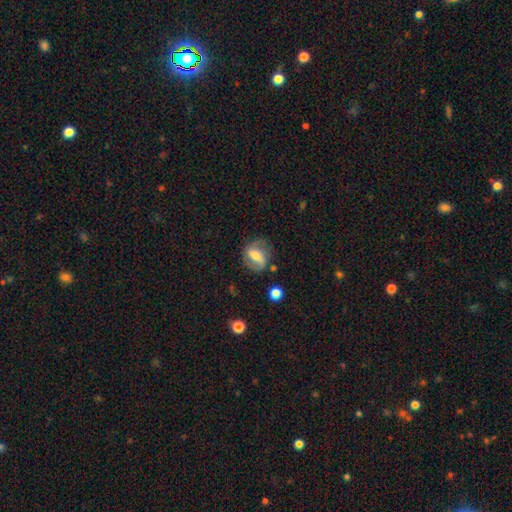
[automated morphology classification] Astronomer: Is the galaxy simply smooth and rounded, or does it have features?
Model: featured or disk — 51% (runner-up: smooth, 41%).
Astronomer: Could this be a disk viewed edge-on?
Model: no — 91%.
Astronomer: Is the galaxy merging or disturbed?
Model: none — 68%.